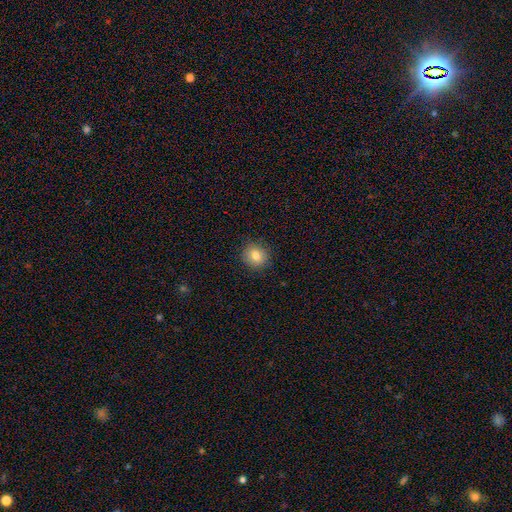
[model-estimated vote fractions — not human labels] A smooth galaxy with no disk features (79%) that is round (83%). Merging: none (89%).